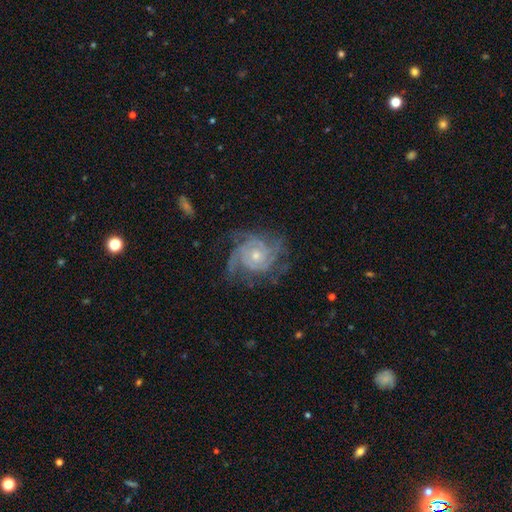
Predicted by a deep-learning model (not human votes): The model was most divided on "bulge size": small: 54%, moderate: 42%, large: 2%, none: 1%, dominant: 1%. Remaining: edge-on disk — no (98%); spiral arms — yes (97%); smooth or featured — featured or disk (89%); bar — no (76%); merging — none (68%); spiral winding — tight (63%); spiral arm count — 3 (34%).